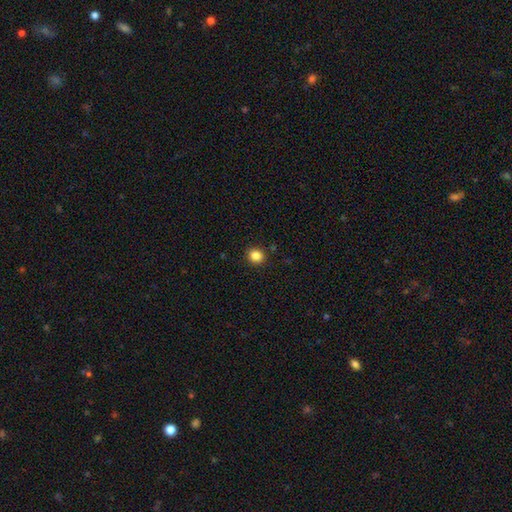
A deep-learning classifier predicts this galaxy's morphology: This appears to be a smooth galaxy with no disk features (85%) that is round (85%). Merging: none (91%).